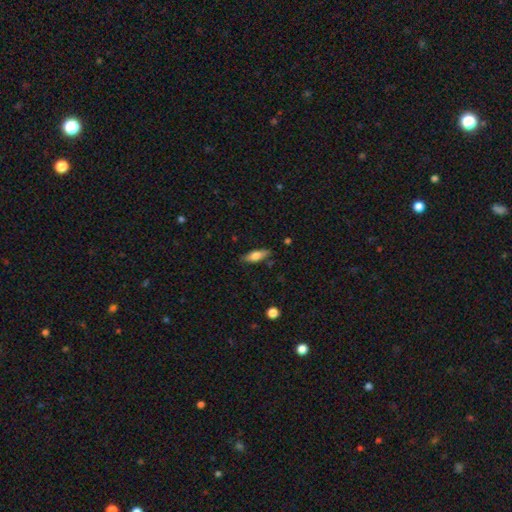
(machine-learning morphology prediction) This appears to be a smooth galaxy with no disk features (68%) that is in between round and cigar-shaped (59%). Merging: none (82%).